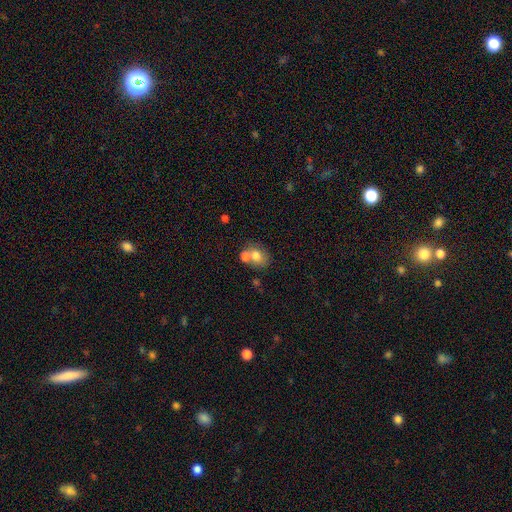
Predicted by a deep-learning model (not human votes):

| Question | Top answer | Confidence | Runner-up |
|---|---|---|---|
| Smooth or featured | smooth | 73% | featured or disk (17%) |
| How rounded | round | 54% | in between (45%) |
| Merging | none | 45% | merger (38%) |